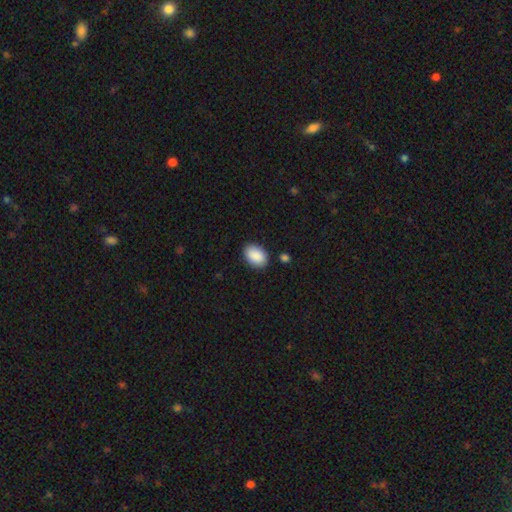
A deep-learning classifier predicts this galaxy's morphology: Smooth or featured?
  - smooth: 90% *
  - star or artifact: 6%
  - featured or disk: 4%
How rounded?
  - in between: 87% *
  - round: 12%
  - cigar-shaped: 1%
Merging?
  - none: 85% *
  - minor disturbance: 10%
  - merger: 2%
  - major disturbance: 2%